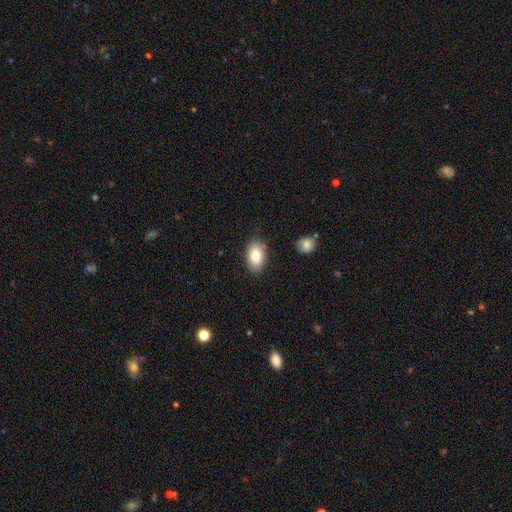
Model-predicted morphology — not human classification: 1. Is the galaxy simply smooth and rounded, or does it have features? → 84% smooth, 9% featured or disk, 7% star or artifact.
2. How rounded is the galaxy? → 91% in between, 7% round, 1% cigar-shaped.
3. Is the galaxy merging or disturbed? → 85% none, 11% minor disturbance, 2% major disturbance, 2% merger.